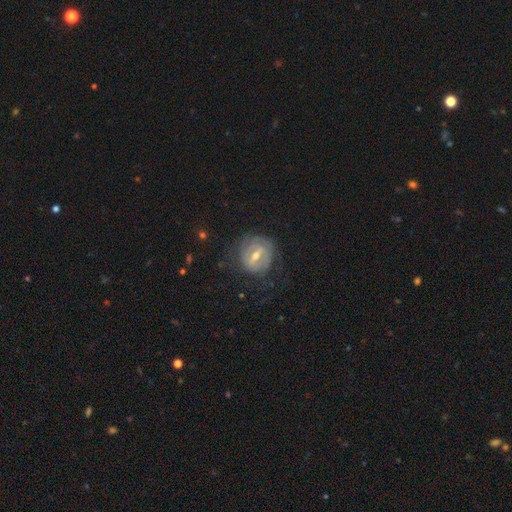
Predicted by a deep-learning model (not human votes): This appears to be a featured or disk galaxy (69%) with a weak bar (42%), spiral arms (59%) and a moderate central bulge (61%). Merging: none (69%).